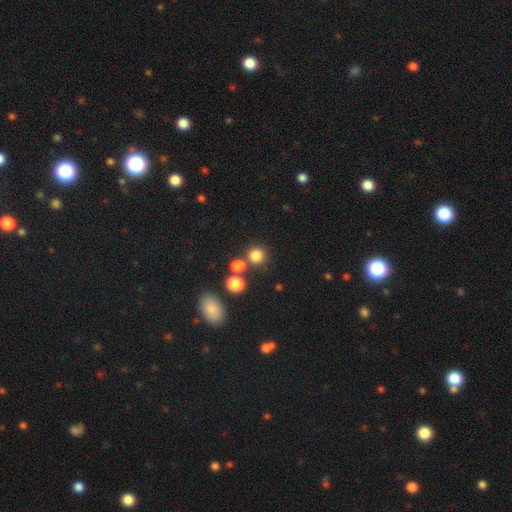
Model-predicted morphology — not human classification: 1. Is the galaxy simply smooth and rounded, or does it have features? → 80% smooth, 14% star or artifact, 6% featured or disk.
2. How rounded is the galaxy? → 87% round, 12% in between, 1% cigar-shaped.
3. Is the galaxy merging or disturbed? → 69% none, 18% merger, 9% minor disturbance, 4% major disturbance.